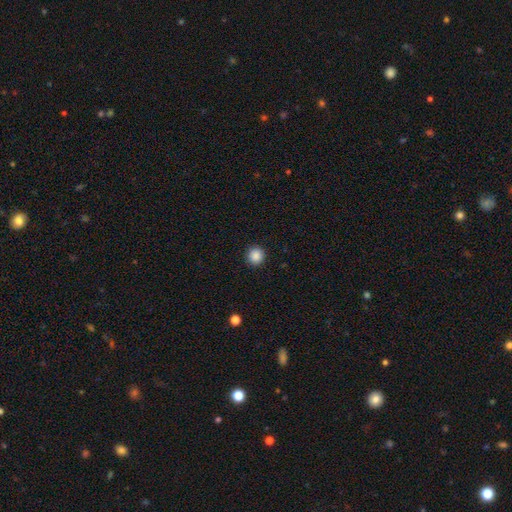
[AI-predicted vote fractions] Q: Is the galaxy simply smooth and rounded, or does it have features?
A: smooth — 88%.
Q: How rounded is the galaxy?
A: round — 92%.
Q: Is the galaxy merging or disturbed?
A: none — 93%.